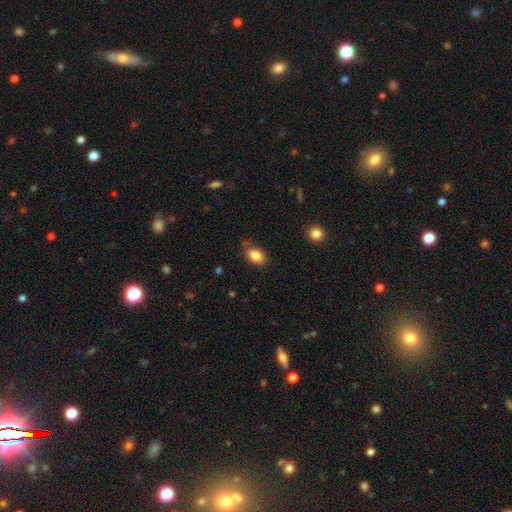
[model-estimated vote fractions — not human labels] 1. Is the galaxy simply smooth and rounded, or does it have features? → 85% smooth, 8% star or artifact, 7% featured or disk.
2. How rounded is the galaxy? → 88% in between, 10% round, 2% cigar-shaped.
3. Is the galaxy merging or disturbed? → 78% none, 16% minor disturbance, 4% merger, 3% major disturbance.